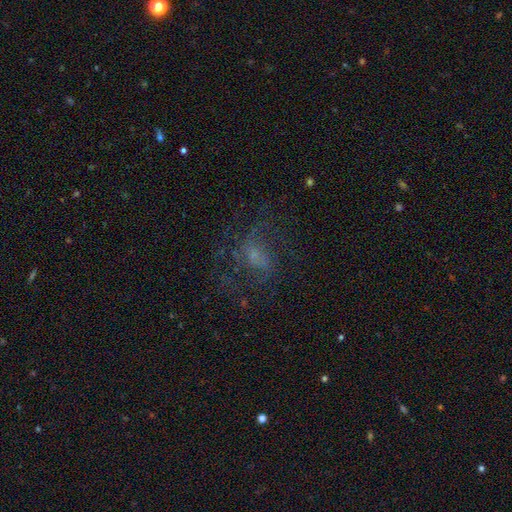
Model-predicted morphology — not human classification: Q: Smooth or featured?
A: featured or disk (57%); runner-up: smooth (24%)
Q: Edge-on disk?
A: no (97%); runner-up: yes (3%)
Q: Bar?
A: no (60%); runner-up: weak (33%)
Q: Spiral arms?
A: yes (70%); runner-up: no (30%)
Q: Bulge size?
A: small (51%); runner-up: none (23%)
Q: Merging?
A: none (52%); runner-up: major disturbance (29%)